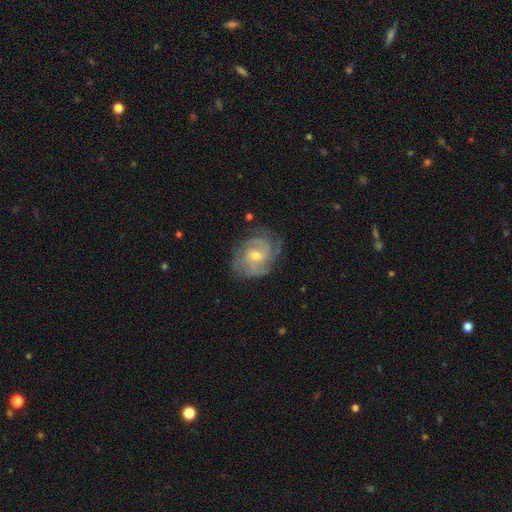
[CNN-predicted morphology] A featured or disk galaxy (83%) with a weak bar (46%), 2 (37%) tight (52%) spiral arms (94%) and a moderate central bulge (50%).

Vote fractions:
- Smooth or featured? featured or disk: 83% / smooth: 11% / star or artifact: 6%
- Edge-on disk? no: 97% / yes: 3%
- Bar? weak: 46% / no: 45% / strong: 9%
- Spiral arms? yes: 94% / no: 6%
- Spiral winding? tight: 52% / medium: 38% / loose: 10%
- Spiral arm count? 2: 37% / can't tell: 24% / 3: 24% / 4: 6% / 1: 4% / more than 4: 4%
- Bulge size? moderate: 50% / small: 47% / large: 1% / none: 1% / dominant: 1%
- Merging? none: 71% / minor disturbance: 20% / major disturbance: 8% / merger: 1%